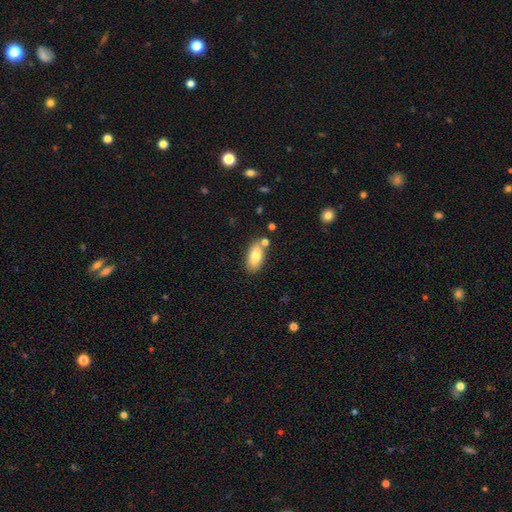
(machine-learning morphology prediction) smooth-or-featured: smooth: 77% | featured or disk: 16% | star or artifact: 7%
  how-rounded: in between: 89% | cigar-shaped: 7% | round: 3%
  merging: none: 75% | minor disturbance: 13% | merger: 10% | major disturbance: 3%